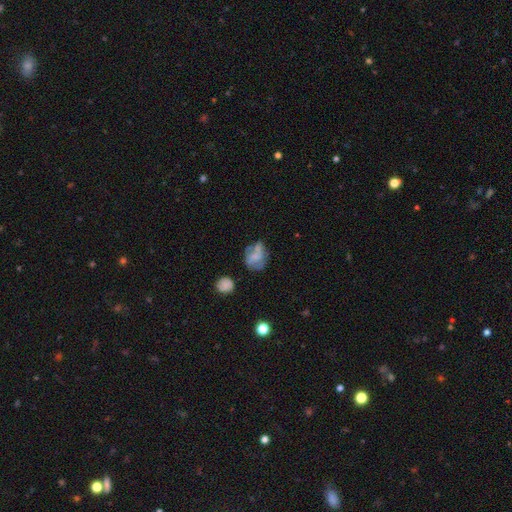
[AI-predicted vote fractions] Smooth or featured: featured or disk — 46% (smooth — 44%)
Merging: none — 45% (minor disturbance — 27%)